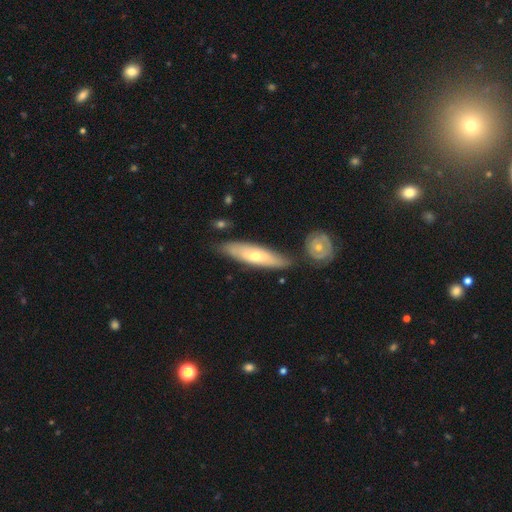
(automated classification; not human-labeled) Q: Smooth or featured?
A: smooth (48%); runner-up: featured or disk (47%)
Q: Merging?
A: none (73%); runner-up: minor disturbance (16%)